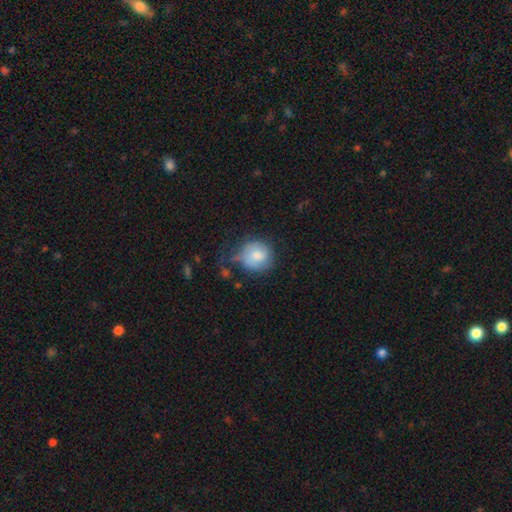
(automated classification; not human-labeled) Q: Smooth or featured?
A: smooth (74%); runner-up: featured or disk (19%)
Q: How rounded?
A: round (84%); runner-up: in between (15%)
Q: Merging?
A: none (43%); runner-up: minor disturbance (32%)